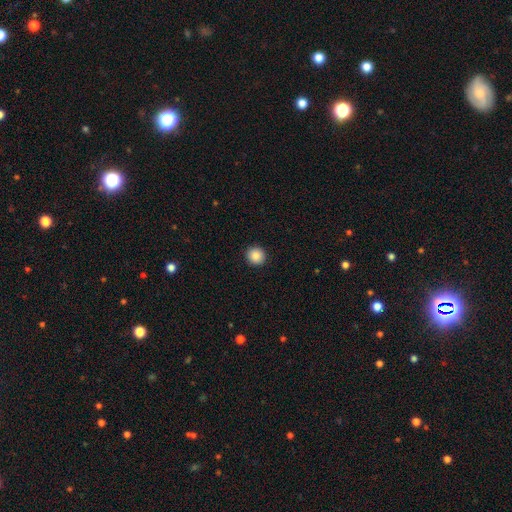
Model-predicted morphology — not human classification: Smooth or featured? Predicted: smooth (p=0.88). How rounded? Predicted: round (p=0.94). Merging? Predicted: none (p=0.93).